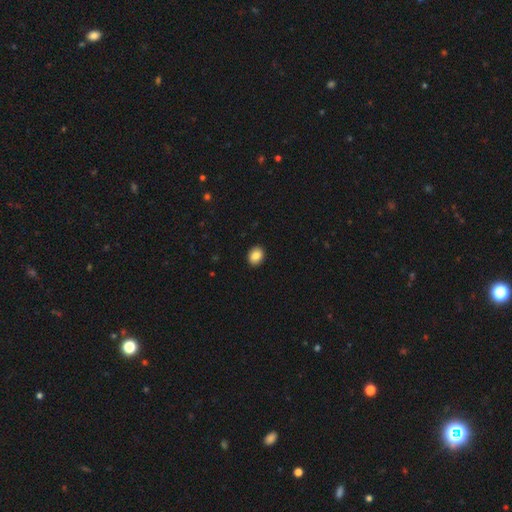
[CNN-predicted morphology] This appears to be a smooth galaxy with no disk features (86%) that is in between round and cigar-shaped (50%, tied with round). Merging: none (92%).